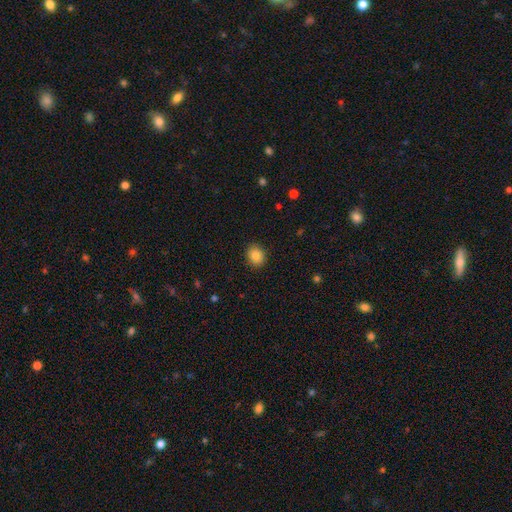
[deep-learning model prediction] The model was most divided on "how rounded": round: 62%, in between: 37%, cigar-shaped: 1%. More confident: merging — none (89%); smooth or featured — smooth (85%).